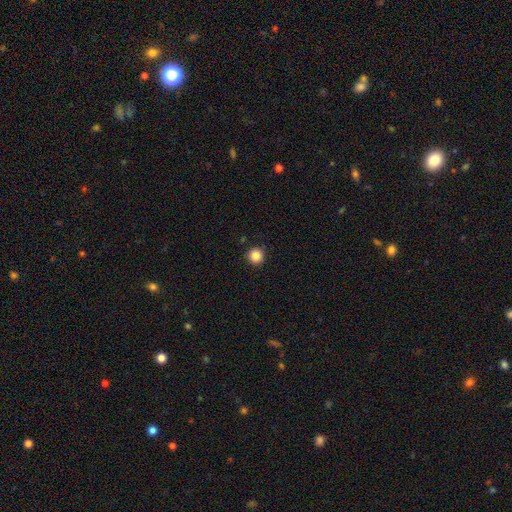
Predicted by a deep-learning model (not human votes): Smooth or featured?
  - smooth: 86% *
  - star or artifact: 11%
  - featured or disk: 4%
How rounded?
  - round: 96% *
  - in between: 3%
  - cigar-shaped: 1%
Merging?
  - none: 91% *
  - minor disturbance: 6%
  - major disturbance: 2%
  - merger: 1%